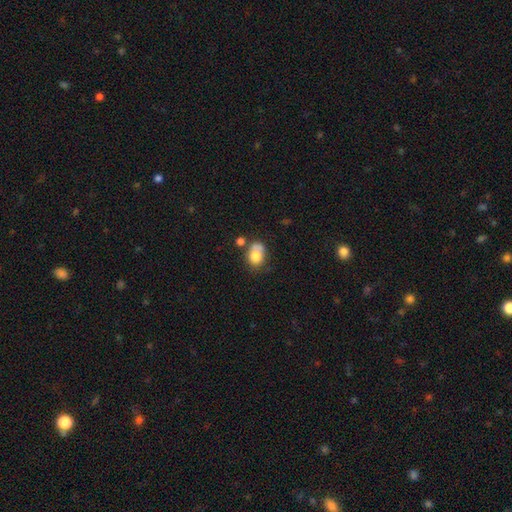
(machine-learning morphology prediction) A smooth galaxy with no disk features (73%) that is in between round and cigar-shaped (50%).

Vote fractions:
- Smooth or featured? smooth: 73% / featured or disk: 17% / star or artifact: 9%
- How rounded? in between: 50% / round: 49% / cigar-shaped: 1%
- Merging? merger: 35% (tied) / none: 35% (tied) / minor disturbance: 18% / major disturbance: 12%